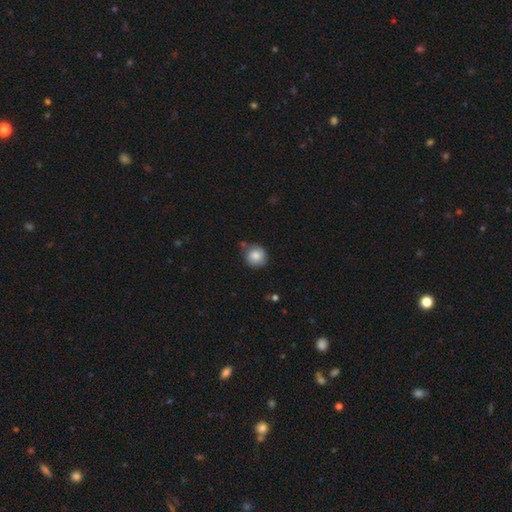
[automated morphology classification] Smooth or featured: smooth — 82% (featured or disk — 10%)
How rounded: round — 87% (in between — 12%)
Merging: none — 65% (minor disturbance — 24%)